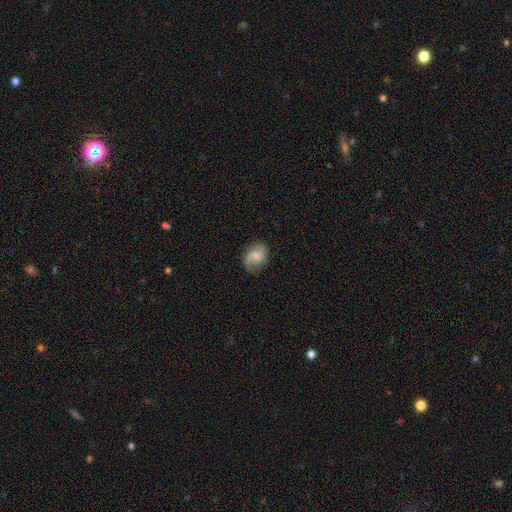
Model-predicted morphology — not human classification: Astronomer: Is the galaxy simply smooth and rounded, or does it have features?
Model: smooth — 47% (runner-up: featured or disk, 45%).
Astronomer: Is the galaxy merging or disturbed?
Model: none — 65%.